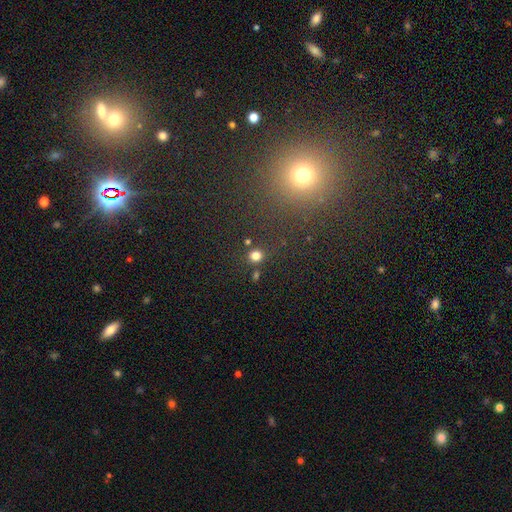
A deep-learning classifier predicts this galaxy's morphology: A smooth galaxy with no disk features (78%) that is round (85%).

Vote fractions:
- Smooth or featured? smooth: 78% / star or artifact: 17% / featured or disk: 5%
- How rounded? round: 85% / in between: 14% / cigar-shaped: 1%
- Merging? none: 80% / minor disturbance: 8% / merger: 8% / major disturbance: 3%